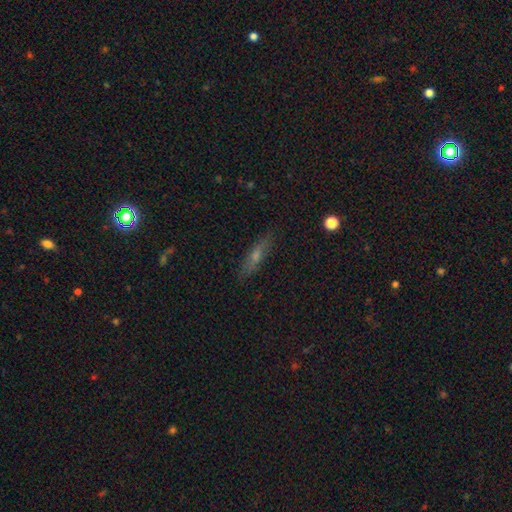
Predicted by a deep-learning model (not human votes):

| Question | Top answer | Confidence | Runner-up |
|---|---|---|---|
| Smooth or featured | smooth | 43% | tied: featured or disk (43%) |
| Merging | none | 87% | minor disturbance (10%) |